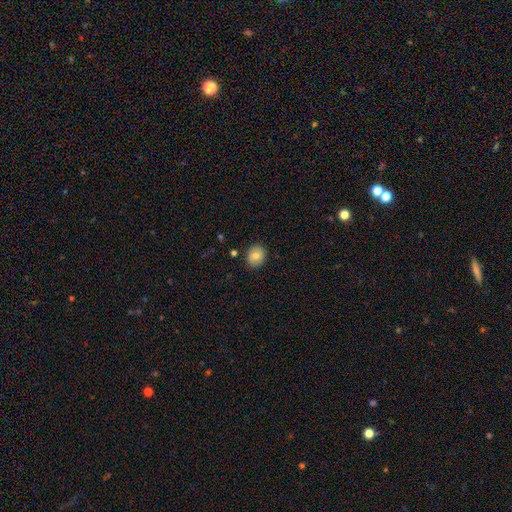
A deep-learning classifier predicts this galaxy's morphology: This is likely a smooth galaxy (79%). How rounded: likely round (63%). Merging: clearly none (87%).